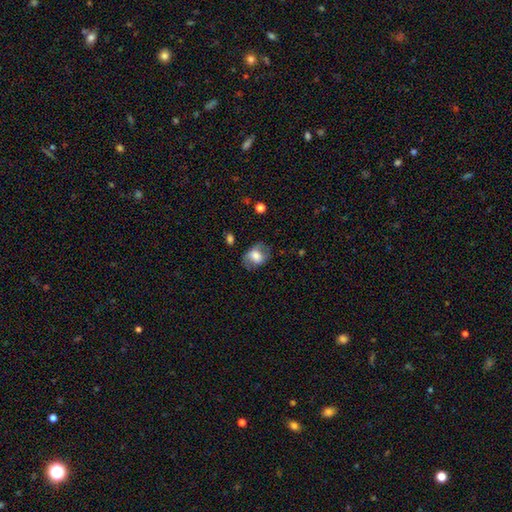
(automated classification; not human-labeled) smooth-or-featured: smooth: 63% | featured or disk: 29% | star or artifact: 8%
  how-rounded: in between: 68% | round: 31% | cigar-shaped: 1%
  merging: none: 62% | minor disturbance: 24% | major disturbance: 12% | merger: 2%